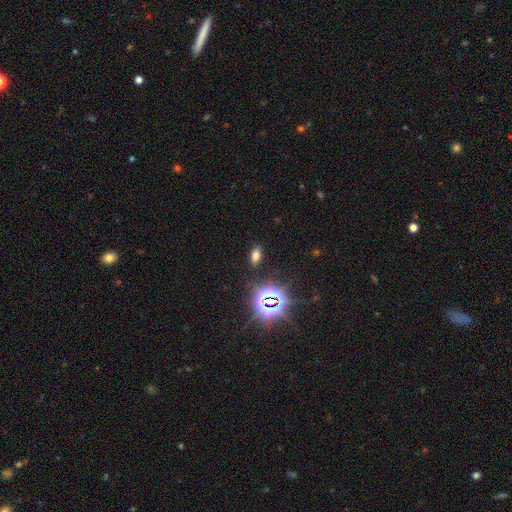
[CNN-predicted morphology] Smooth or featured? smooth (62%)
How rounded? in between (85%)
Merging? none (87%)